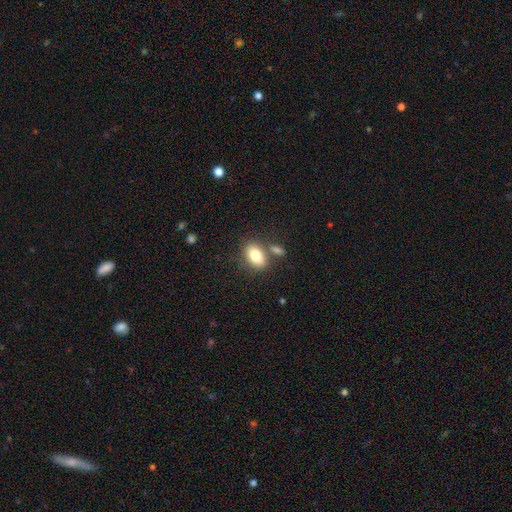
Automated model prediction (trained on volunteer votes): This is clearly a smooth galaxy (80%). How rounded: clearly in between (85%). Merging: likely none (66%).